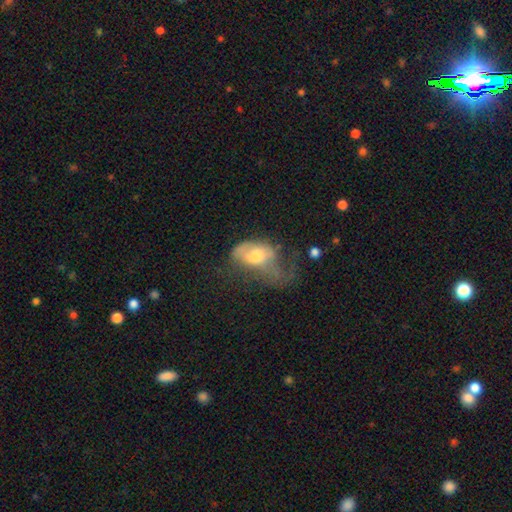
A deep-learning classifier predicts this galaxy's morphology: Smooth or featured? smooth (51%)
How rounded? in between (88%)
Merging? major disturbance (62%)